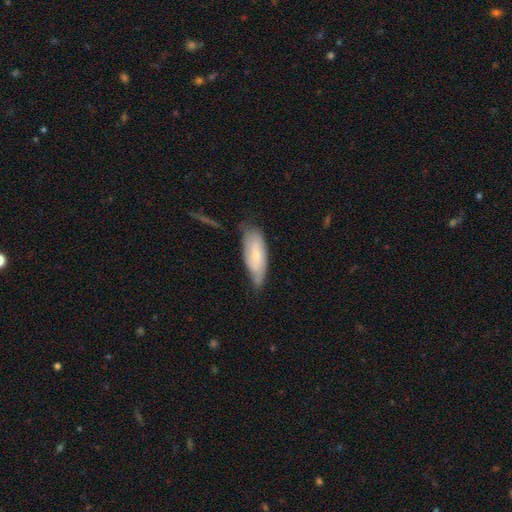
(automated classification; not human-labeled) smooth_or_featured: smooth (p=0.57) [alt: featured or disk p=0.36]
how_rounded: in between (p=0.71) [alt: cigar-shaped p=0.27]
merging: none (p=0.54) [alt: minor disturbance p=0.35]